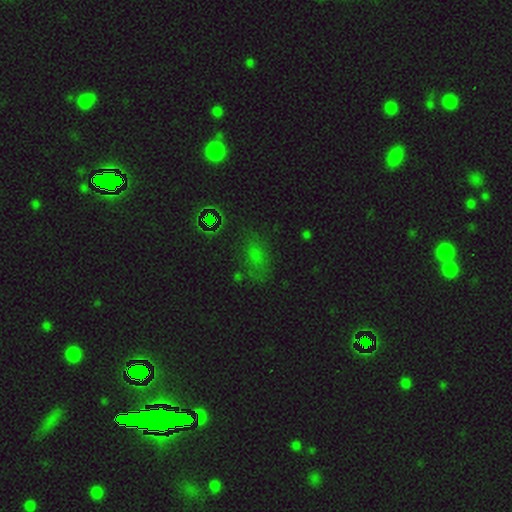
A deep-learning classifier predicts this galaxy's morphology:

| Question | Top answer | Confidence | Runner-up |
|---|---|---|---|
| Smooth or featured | smooth | 52% | star or artifact (36%) |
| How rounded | in between | 80% | round (16%) |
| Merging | none | 61% | minor disturbance (22%) |